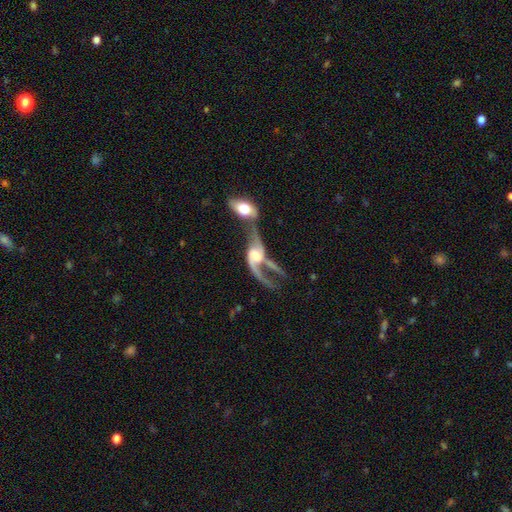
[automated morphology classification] Smooth or featured? featured or disk (85%)
Edge-on disk? no (94%)
Bar? no (47%)
Spiral arms? yes (92%)
Spiral winding? loose (80%)
Spiral arm count? 2 (80%)
Bulge size? moderate (50%)
Merging? merger (64%)